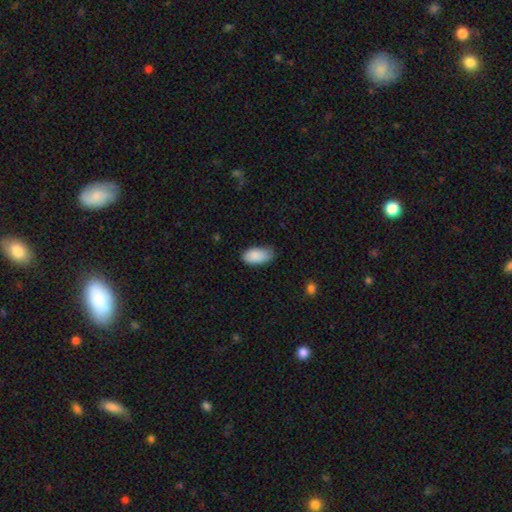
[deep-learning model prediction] smooth 89%, star or artifact 7%, featured or disk 5%. Down the decision tree: how rounded — in between (94%); merging — none (69%).